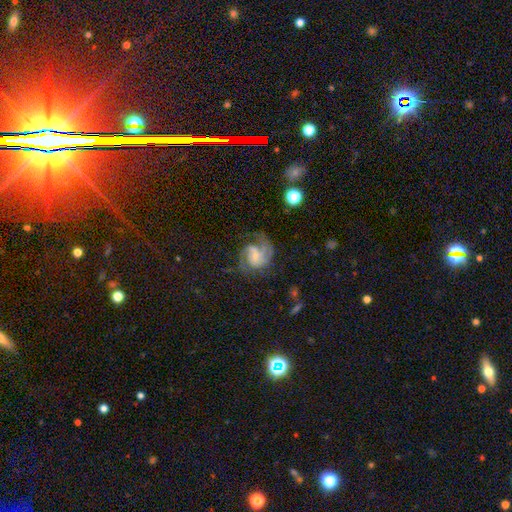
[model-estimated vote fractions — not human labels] The model was most divided on "bar": no: 47%, weak: 43%, strong: 10%. Remaining: edge-on disk — no (98%); spiral arms — yes (94%); smooth or featured — featured or disk (80%); bulge size — small (58%); merging — none (55%); spiral winding — medium (48%); spiral arm count — 2 (46%).